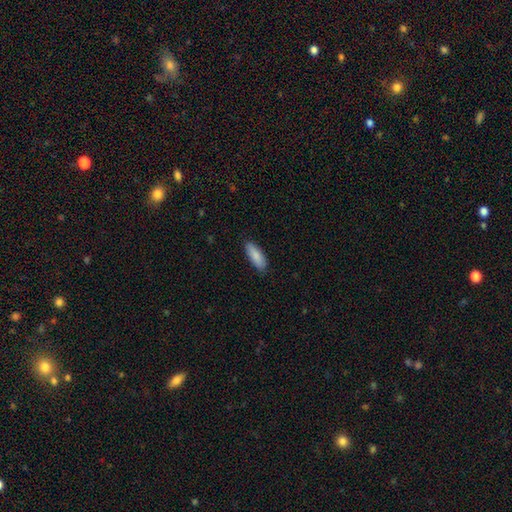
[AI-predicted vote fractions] This is clearly a smooth galaxy (88%). How rounded: likely in between (64%). Merging: clearly none (86%).